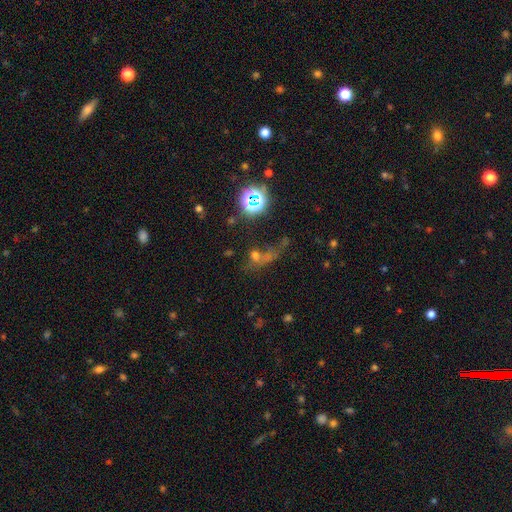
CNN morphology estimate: Smooth or featured? star or artifact (49%)